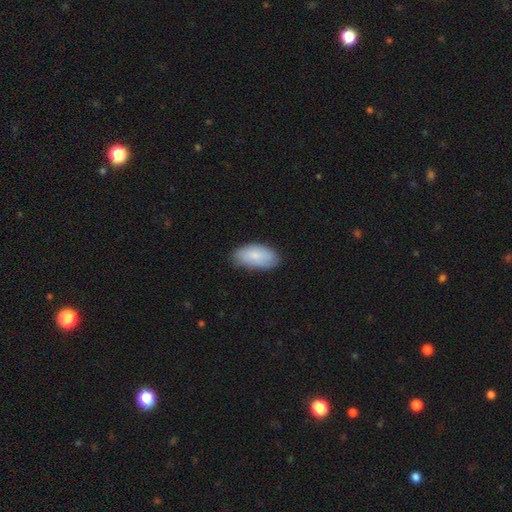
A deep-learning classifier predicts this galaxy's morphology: This appears to be a smooth galaxy with no disk features (80%) that is in between round and cigar-shaped (94%). Merging: none (75%).